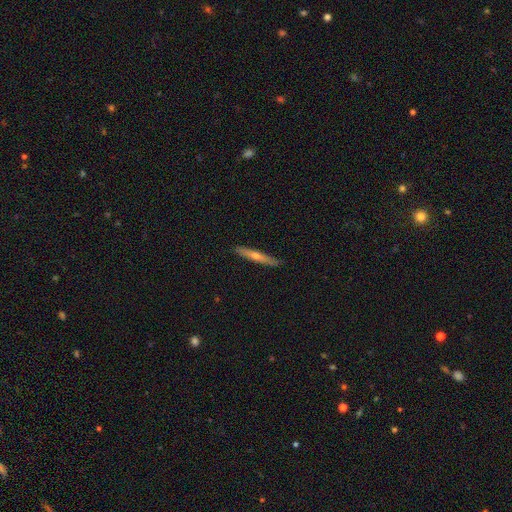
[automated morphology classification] Smooth or featured: featured or disk — 54% (smooth — 40%)
Edge-on disk: yes — 95% (no — 5%)
Edge-on bulge: rounded — 77% (none — 21%)
Merging: none — 90% (minor disturbance — 7%)